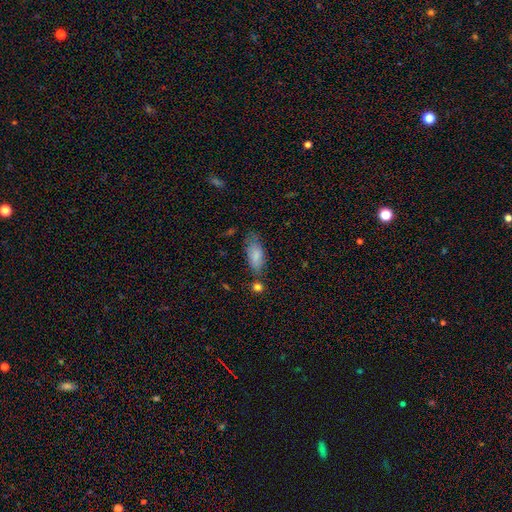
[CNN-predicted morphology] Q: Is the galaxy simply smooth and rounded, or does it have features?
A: smooth — 82%.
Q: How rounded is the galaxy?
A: in between — 84%.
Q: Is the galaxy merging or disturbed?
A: none — 55%.